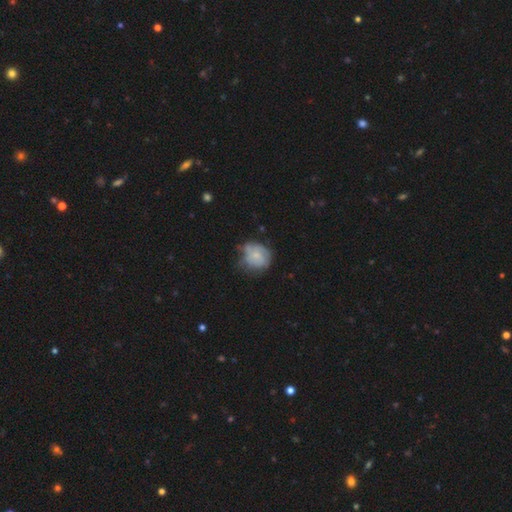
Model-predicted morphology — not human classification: Q: Smooth or featured?
A: smooth (61%); runner-up: featured or disk (31%)
Q: How rounded?
A: round (76%); runner-up: in between (23%)
Q: Merging?
A: none (43%); runner-up: minor disturbance (36%)